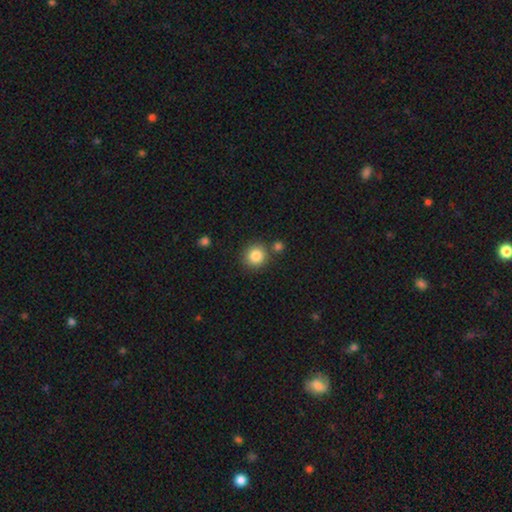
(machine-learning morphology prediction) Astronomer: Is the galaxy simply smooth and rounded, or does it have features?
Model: smooth — 86%.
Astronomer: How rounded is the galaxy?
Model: round — 91%.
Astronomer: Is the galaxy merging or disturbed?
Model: none — 79%.